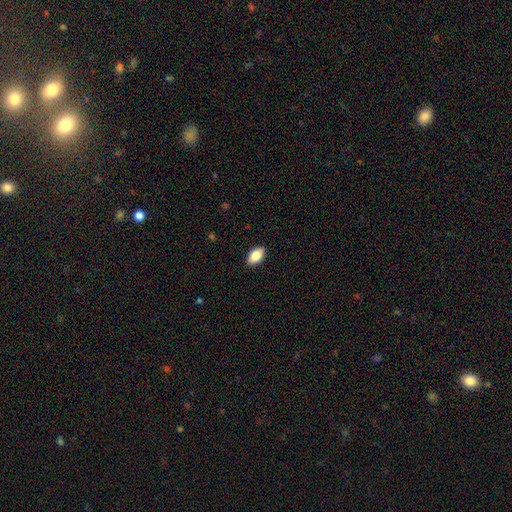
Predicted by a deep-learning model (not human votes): Smooth or featured? smooth (84%)
How rounded? in between (92%)
Merging? none (89%)